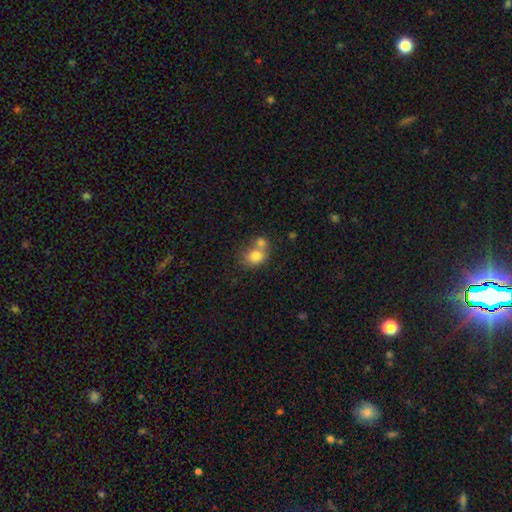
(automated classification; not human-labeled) smooth 79%, featured or disk 11%, star or artifact 9%. Down the decision tree: how rounded — round (53%); merging — merger (49%).